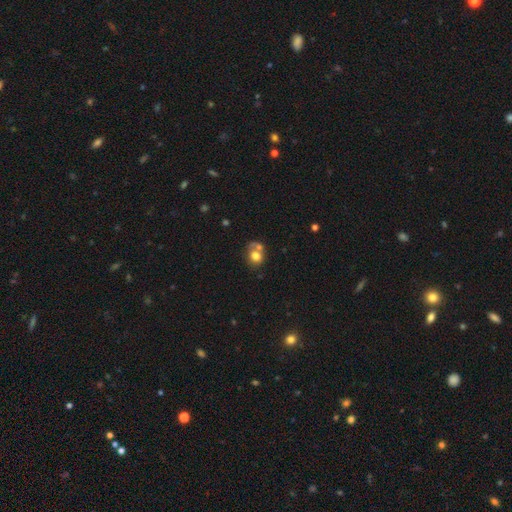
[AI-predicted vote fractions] smooth 72%, featured or disk 18%, star or artifact 10%. Down the decision tree: how rounded — round (65%); merging — merger (42%).